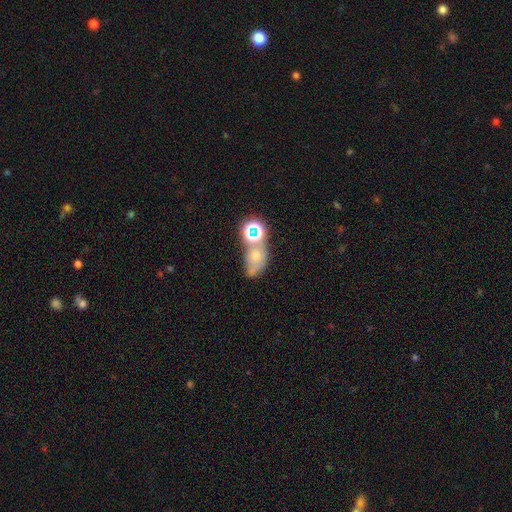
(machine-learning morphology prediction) Smooth or featured? Predicted: smooth (p=0.47). Merging? Predicted: none (p=0.40).